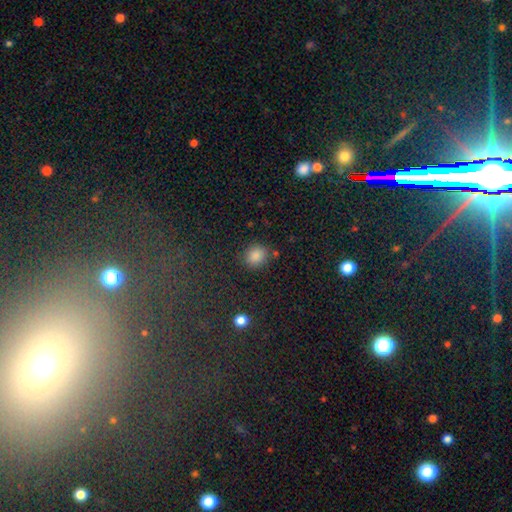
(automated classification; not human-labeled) Morphology: type=smooth (83%); roundness=round (71%); merging=none (79%).